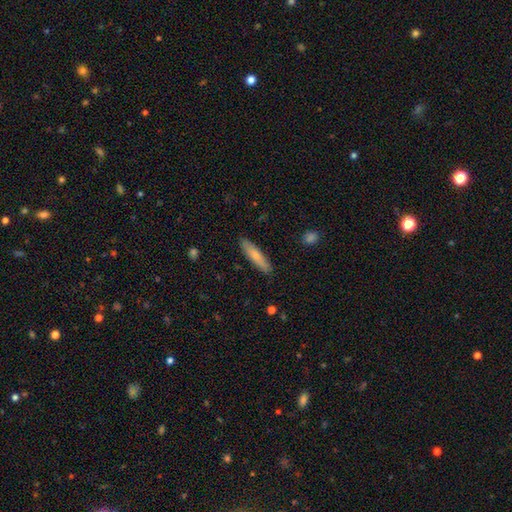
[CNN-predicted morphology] Smooth or featured?
  - smooth: 69% *
  - featured or disk: 25%
  - star or artifact: 6%
How rounded?
  - cigar-shaped: 83% *
  - in between: 16%
  - round: 2%
Merging?
  - none: 89% *
  - minor disturbance: 8%
  - major disturbance: 2%
  - merger: 1%